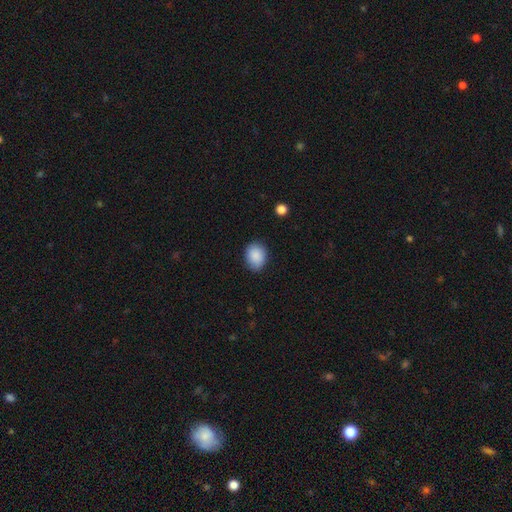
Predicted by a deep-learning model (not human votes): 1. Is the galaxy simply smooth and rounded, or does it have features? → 89% smooth, 7% star or artifact, 4% featured or disk.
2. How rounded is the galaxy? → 62% in between, 37% round, 1% cigar-shaped.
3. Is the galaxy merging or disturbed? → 80% none, 16% minor disturbance, 3% major disturbance, 1% merger.